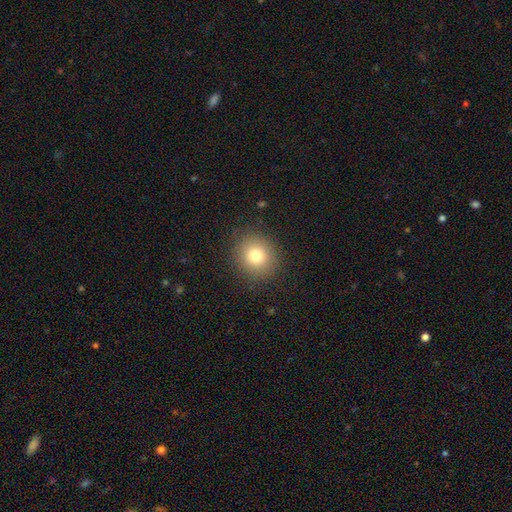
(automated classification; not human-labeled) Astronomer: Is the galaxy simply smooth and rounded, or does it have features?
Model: smooth — 77%.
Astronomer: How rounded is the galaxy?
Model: round — 89%.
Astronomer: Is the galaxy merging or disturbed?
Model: none — 89%.